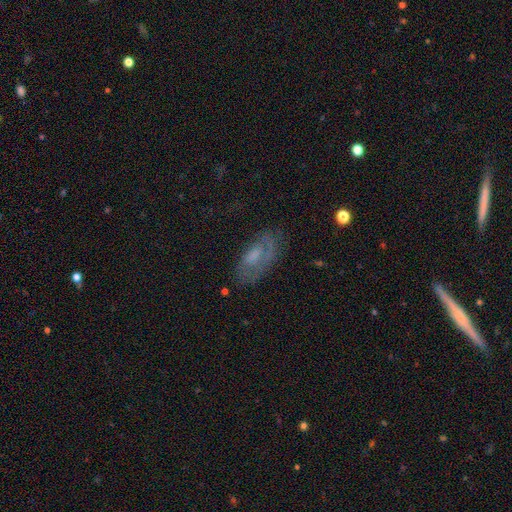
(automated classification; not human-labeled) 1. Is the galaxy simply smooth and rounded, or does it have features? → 52% featured or disk, 37% smooth, 11% star or artifact.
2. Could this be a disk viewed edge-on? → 89% no, 11% yes.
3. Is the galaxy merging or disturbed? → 59% none, 23% minor disturbance, 16% major disturbance, 2% merger.